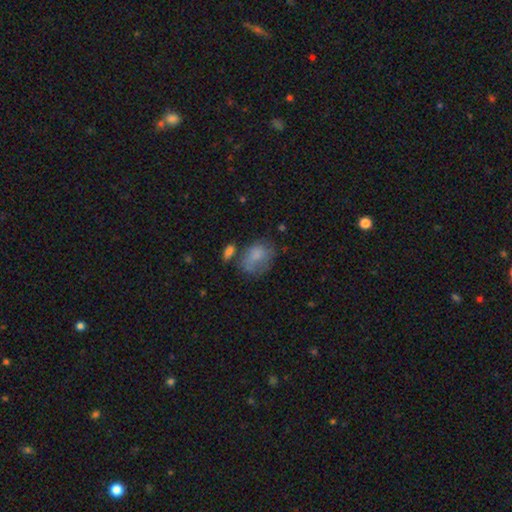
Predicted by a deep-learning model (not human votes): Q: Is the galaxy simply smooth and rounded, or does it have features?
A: smooth — 73%.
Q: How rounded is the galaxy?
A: in between — 73%.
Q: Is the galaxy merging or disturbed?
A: none — 39%.